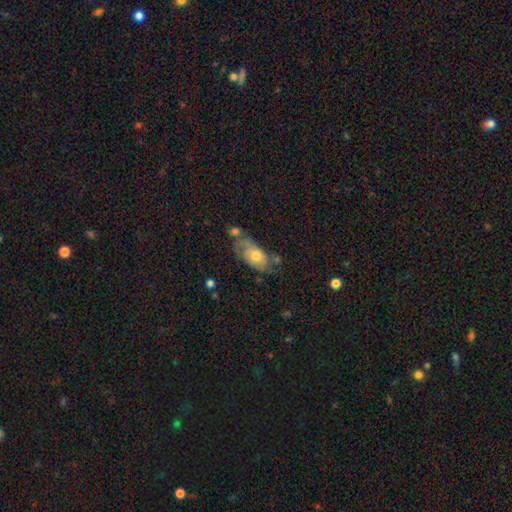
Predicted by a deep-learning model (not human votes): The model was most divided on "smooth or featured" (2-way tie): smooth: 46%, featured or disk: 46%, star or artifact: 8%. Remaining: merging — none (39%).